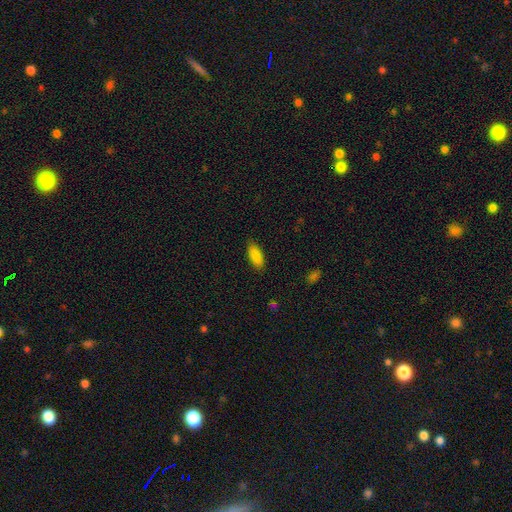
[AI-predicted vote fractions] This is clearly a smooth galaxy (88%). How rounded: likely in between (80%). Merging: clearly none (86%).